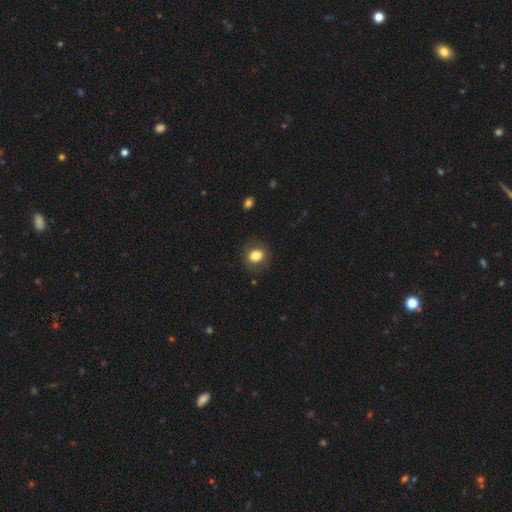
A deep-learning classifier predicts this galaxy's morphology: type=smooth (82%); roundness=round (60%); merging=none (84%).